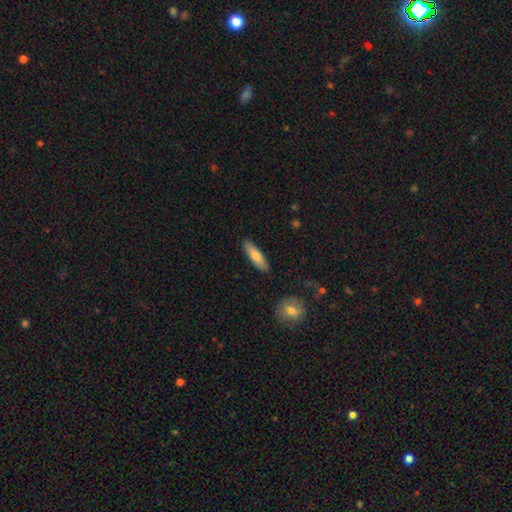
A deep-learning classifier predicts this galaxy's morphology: smooth_or_featured: smooth (p=0.74) [alt: featured or disk p=0.21]
how_rounded: cigar-shaped (p=0.59) [alt: in between p=0.39]
merging: none (p=0.88) [alt: minor disturbance p=0.08]